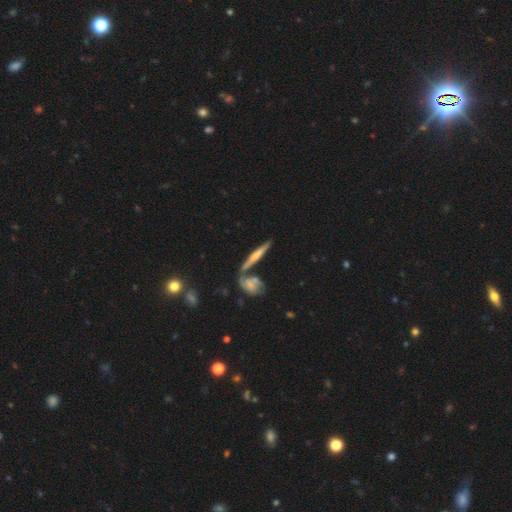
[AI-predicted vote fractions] Smooth or featured? Predicted: featured or disk (p=0.53). Edge-on disk? Predicted: yes (p=0.88). Merging? Predicted: none (p=0.59).